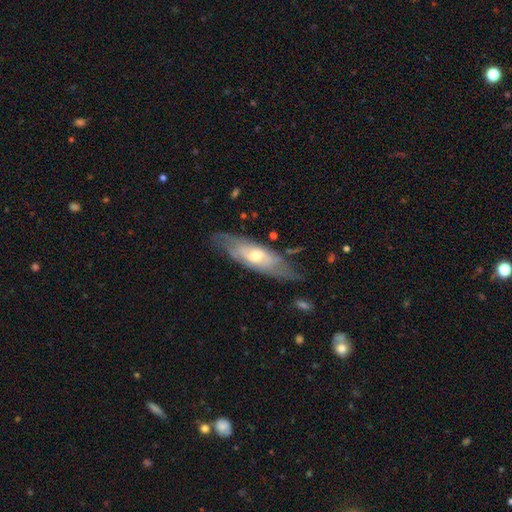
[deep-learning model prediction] This is likely a featured or disk galaxy (69%). It is likely not viewed edge-on (72%). Merging: likely none (66%).